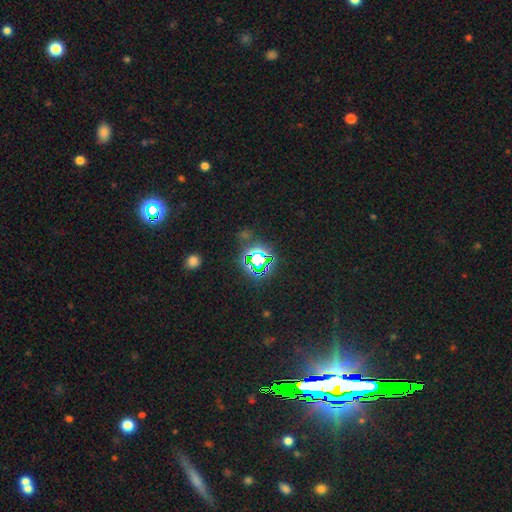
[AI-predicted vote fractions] This is likely a star or artifact rather than a galaxy (75%).